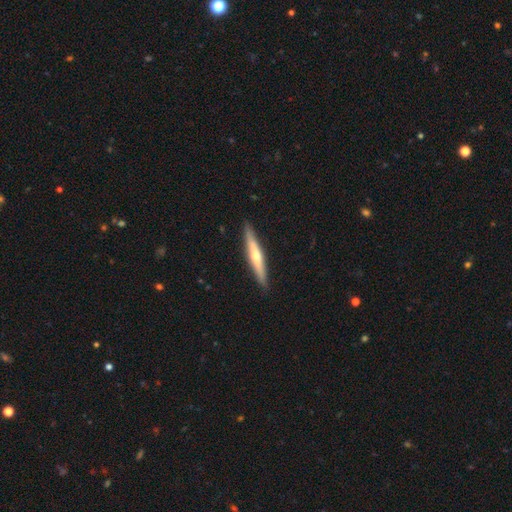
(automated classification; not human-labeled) Overall: featured or disk (56%; smooth 39%). Edge-on disk: yes (95%). Edge-on bulge: rounded (79%). Merging: none (90%).